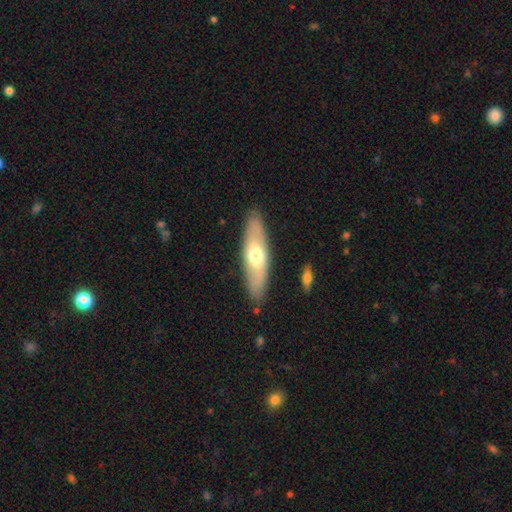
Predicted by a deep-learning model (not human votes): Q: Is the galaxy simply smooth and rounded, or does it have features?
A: smooth — 53%.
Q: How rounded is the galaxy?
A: cigar-shaped — 50%.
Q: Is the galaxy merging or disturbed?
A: none — 87%.